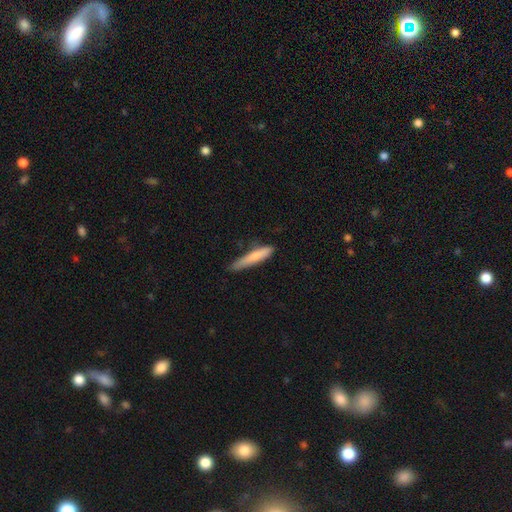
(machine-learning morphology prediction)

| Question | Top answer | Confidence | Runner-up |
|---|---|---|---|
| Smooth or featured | smooth | 76% | featured or disk (18%) |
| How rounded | cigar-shaped | 90% | in between (9%) |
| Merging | none | 66% | minor disturbance (27%) |